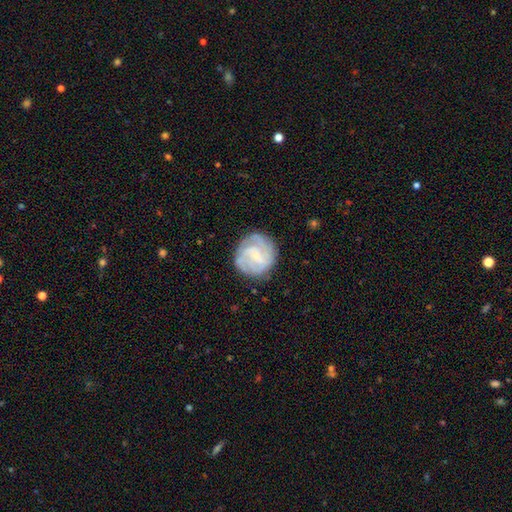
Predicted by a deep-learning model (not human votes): Overall: featured or disk (76%). Edge-on disk: no (98%). Bar: weak (50%; no 38%). Spiral arms: yes (92%). Spiral arm count: can't tell (31%; 3 26%). Spiral winding: tight (57%; medium 34%). Bulge size: small (65%). Merging: none (78%).